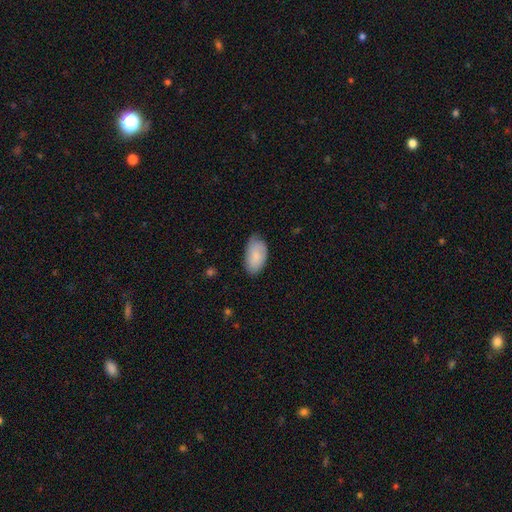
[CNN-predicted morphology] smooth_or_featured: smooth (p=0.85) [alt: featured or disk p=0.09]
how_rounded: in between (p=0.95) [alt: round p=0.03]
merging: none (p=0.72) [alt: minor disturbance p=0.23]